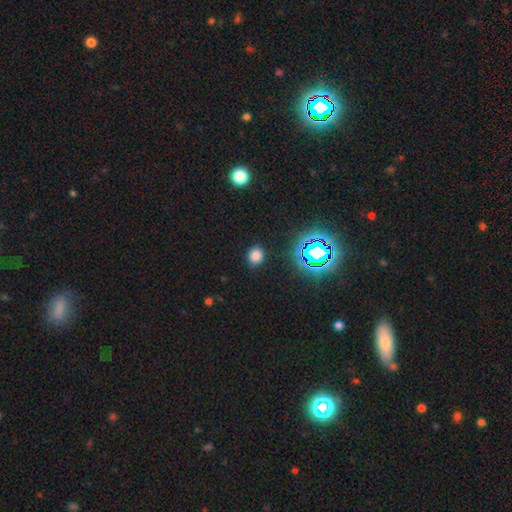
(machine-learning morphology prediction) The model was most divided on "how rounded": round: 74%, in between: 25%, cigar-shaped: 1%. More confident: merging — none (89%); smooth or featured — smooth (75%).